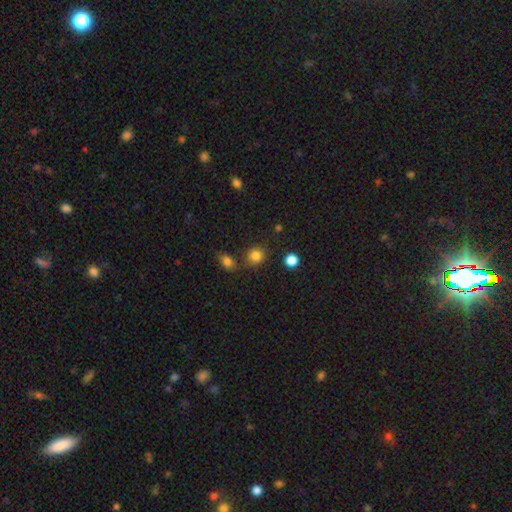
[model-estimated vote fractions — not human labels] Smooth or featured? Predicted: smooth (p=0.83). How rounded? Predicted: round (p=0.84). Merging? Predicted: none (p=0.77).